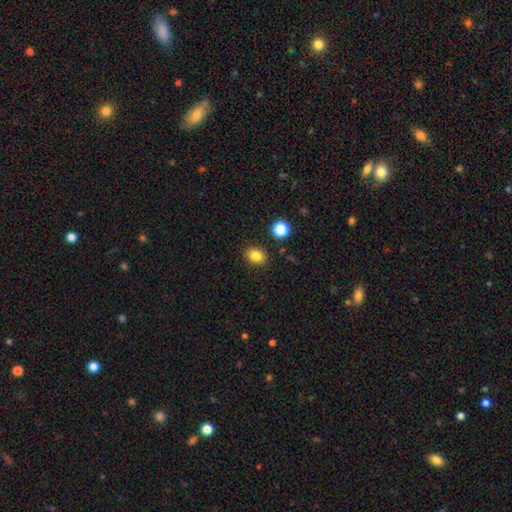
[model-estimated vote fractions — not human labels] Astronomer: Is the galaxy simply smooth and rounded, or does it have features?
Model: smooth — 83%.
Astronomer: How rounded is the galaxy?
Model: in between — 58% (runner-up: round, 41%).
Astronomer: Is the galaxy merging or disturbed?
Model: none — 87%.